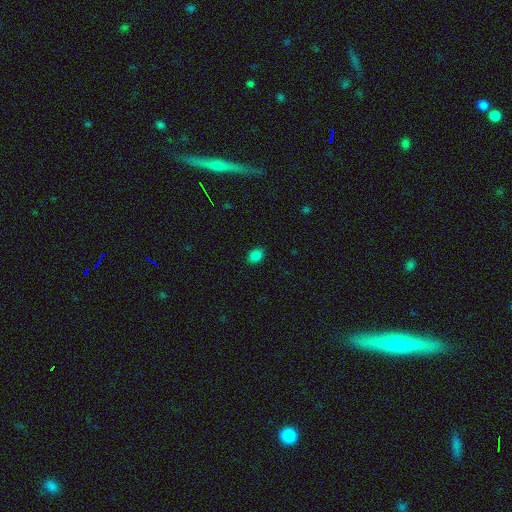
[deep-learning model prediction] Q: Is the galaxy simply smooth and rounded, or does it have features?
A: smooth — 84%.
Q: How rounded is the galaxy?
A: in between — 68%.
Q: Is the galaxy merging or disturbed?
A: none — 89%.